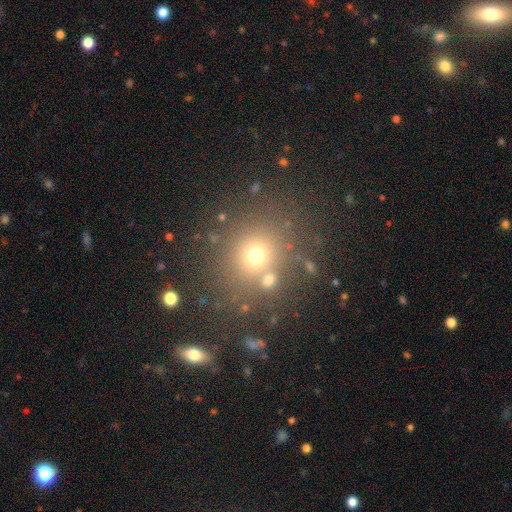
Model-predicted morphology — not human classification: Smooth or featured? Predicted: smooth (p=0.66). How rounded? Predicted: round (p=0.84). Merging? Predicted: none (p=0.74).